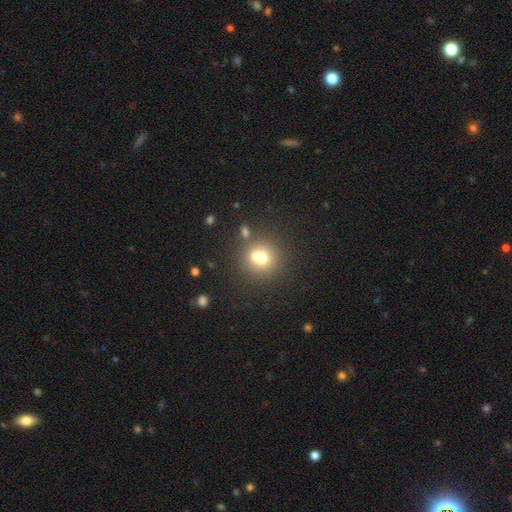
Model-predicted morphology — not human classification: A smooth galaxy with no disk features (68%) that is round (87%).

Vote fractions:
- Smooth or featured? smooth: 68% / featured or disk: 18% / star or artifact: 14%
- How rounded? round: 87% / in between: 12% / cigar-shaped: 1%
- Merging? none: 55% / merger: 33% / minor disturbance: 9% / major disturbance: 4%